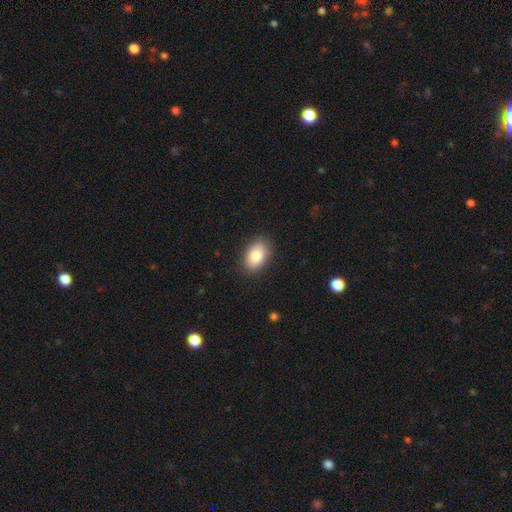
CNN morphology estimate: smooth-or-featured: smooth: 85% | featured or disk: 8% | star or artifact: 7%
  how-rounded: in between: 89% | round: 10% | cigar-shaped: 1%
  merging: none: 87% | minor disturbance: 10% | major disturbance: 2% | merger: 1%